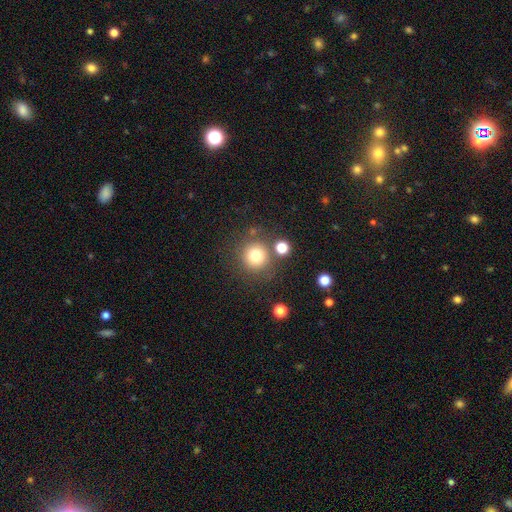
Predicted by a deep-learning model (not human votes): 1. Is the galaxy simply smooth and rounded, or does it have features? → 77% smooth, 14% star or artifact, 9% featured or disk.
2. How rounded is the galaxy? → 94% round, 5% in between, 1% cigar-shaped.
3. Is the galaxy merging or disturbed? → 79% none, 9% minor disturbance, 8% merger, 4% major disturbance.